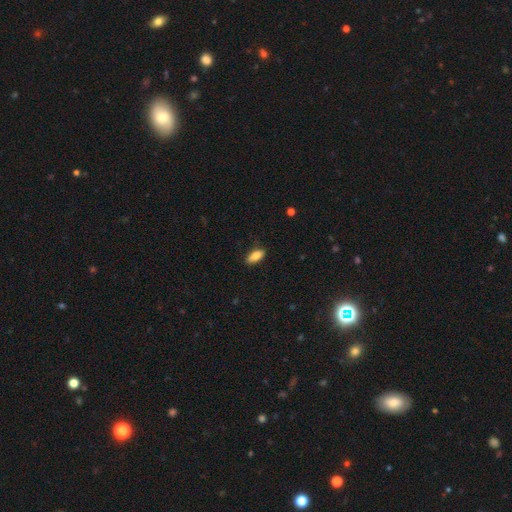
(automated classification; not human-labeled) smooth-or-featured: smooth: 83% | featured or disk: 10% | star or artifact: 7%
  how-rounded: in between: 84% | cigar-shaped: 14% | round: 2%
  merging: none: 85% | minor disturbance: 12% | major disturbance: 2% | merger: 1%